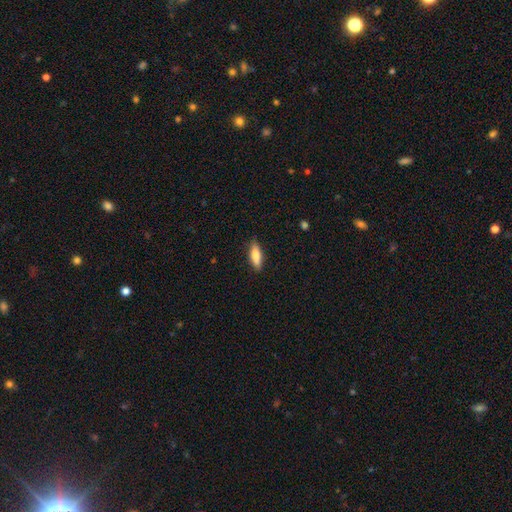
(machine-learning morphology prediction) Smooth or featured: smooth — 82% (featured or disk — 12%)
How rounded: in between — 51% (cigar-shaped — 47%)
Merging: none — 87% (minor disturbance — 10%)